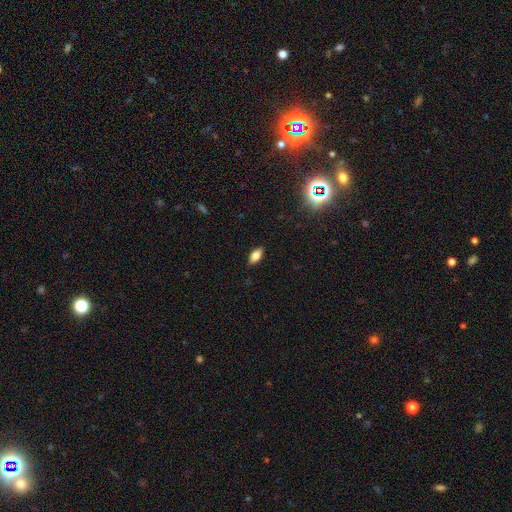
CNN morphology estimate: smooth_or_featured: smooth (p=0.71) [alt: featured or disk p=0.20]
how_rounded: in between (p=0.84) [alt: cigar-shaped p=0.13]
merging: none (p=0.87) [alt: minor disturbance p=0.10]